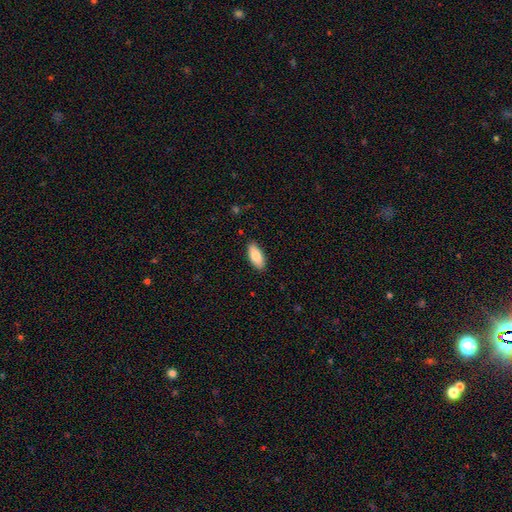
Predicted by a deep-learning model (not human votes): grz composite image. It shows a smooth galaxy with no disk features (84%) that is in between round and cigar-shaped (83%). Merging: none (88%).